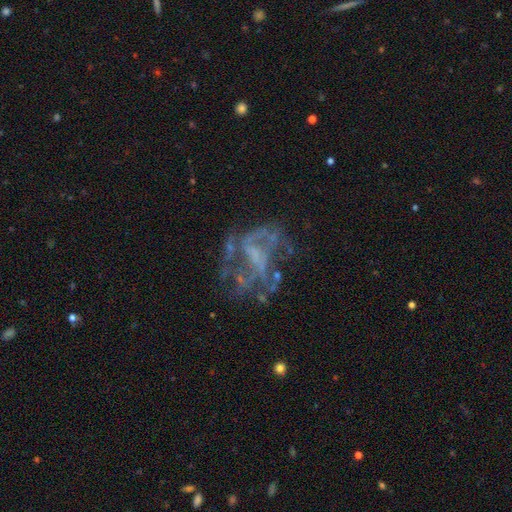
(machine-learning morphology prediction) Smooth or featured? Predicted: featured or disk (p=0.75). Edge-on disk? Predicted: no (p=0.98). Bar? Predicted: no (p=0.51). Spiral arms? Predicted: yes (p=0.64). Bulge size? Predicted: none (p=0.54). Merging? Predicted: none (p=0.50).